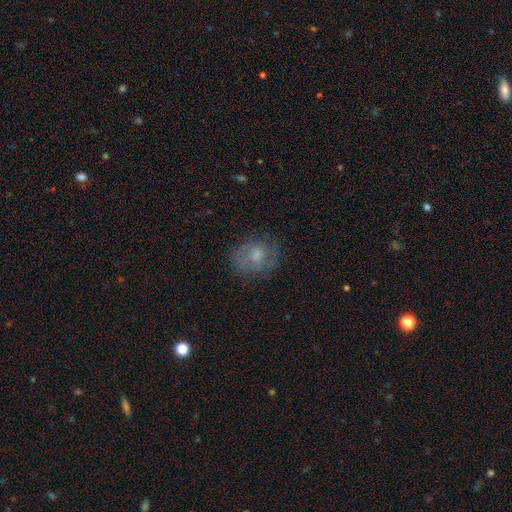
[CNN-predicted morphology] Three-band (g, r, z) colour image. It shows a smooth galaxy with no disk features (48%). Merging: none (70%).